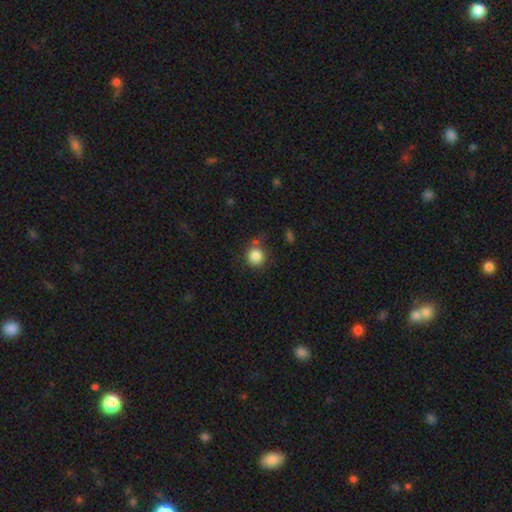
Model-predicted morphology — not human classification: Smooth or featured? Predicted: smooth (p=0.85). How rounded? Predicted: round (p=0.91). Merging? Predicted: none (p=0.76).